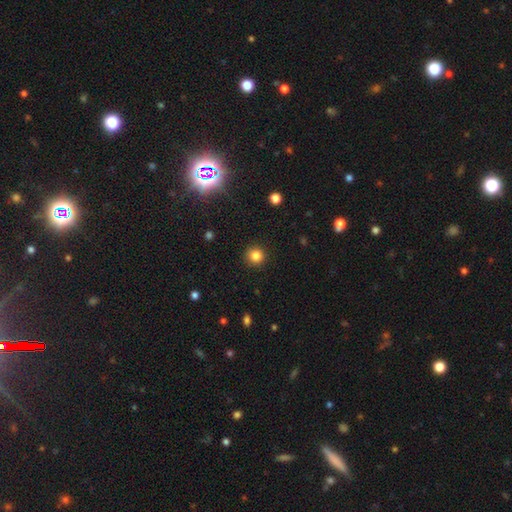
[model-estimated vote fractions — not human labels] smooth_or_featured: smooth (p=0.83) [alt: star or artifact p=0.12]
how_rounded: round (p=0.93) [alt: in between p=0.06]
merging: none (p=0.91) [alt: minor disturbance p=0.06]